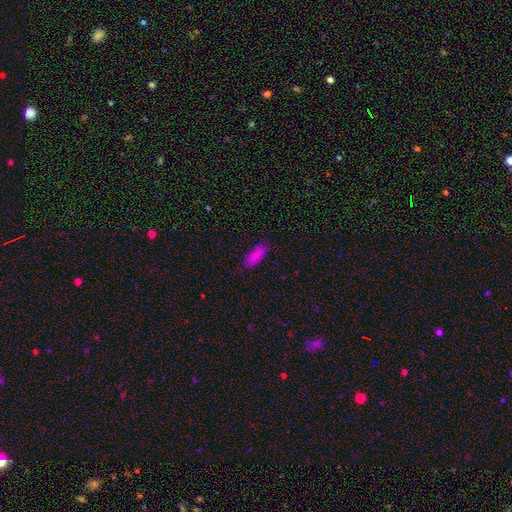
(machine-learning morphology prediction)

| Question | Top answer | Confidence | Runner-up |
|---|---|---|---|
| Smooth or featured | smooth | 86% | star or artifact (7%) |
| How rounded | in between | 78% | cigar-shaped (21%) |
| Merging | none | 85% | minor disturbance (12%) |